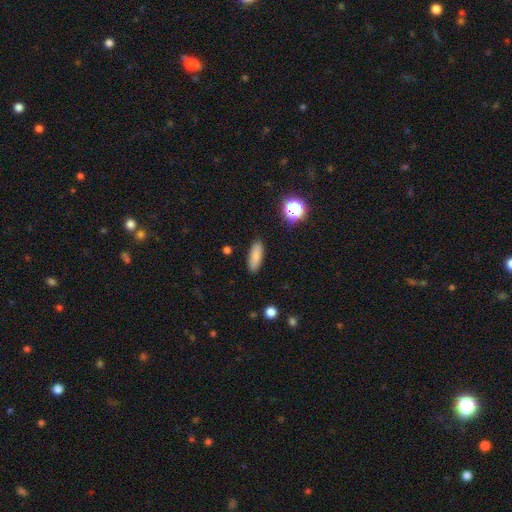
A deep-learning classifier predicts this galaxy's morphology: A smooth galaxy with no disk features (83%) that is in between round and cigar-shaped (60%). Merging: none (88%).